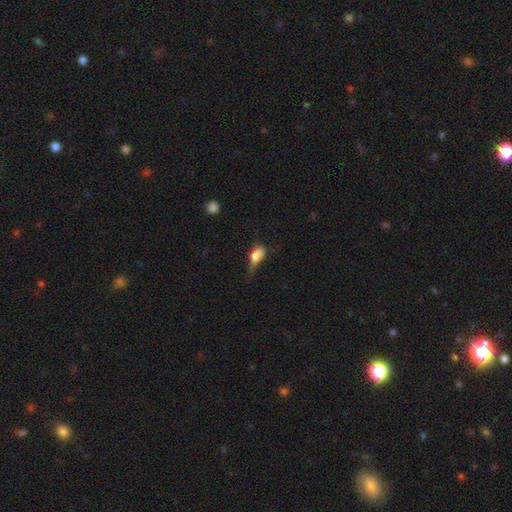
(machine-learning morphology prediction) smooth-or-featured: smooth: 76% | featured or disk: 15% | star or artifact: 9%
  how-rounded: in between: 81% | round: 10% | cigar-shaped: 9%
  merging: minor disturbance: 39% | major disturbance: 33% | none: 24% | merger: 4%